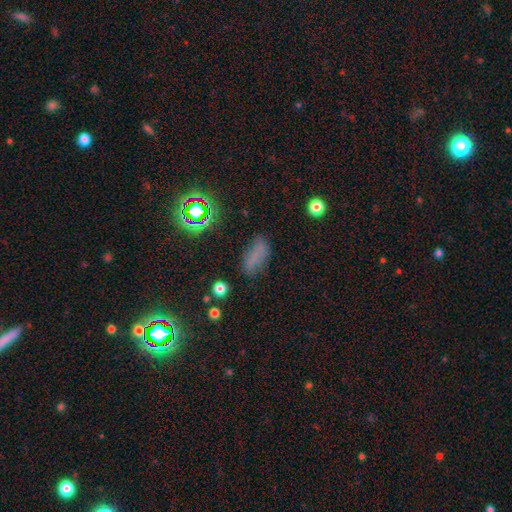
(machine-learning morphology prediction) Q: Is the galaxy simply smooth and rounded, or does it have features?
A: smooth — 64%.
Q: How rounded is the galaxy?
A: in between — 76%.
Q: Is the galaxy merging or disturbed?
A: none — 66%.